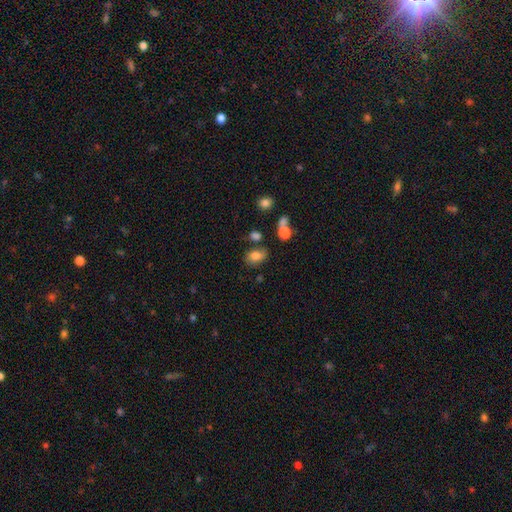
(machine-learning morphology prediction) Smooth or featured?
  - smooth: 79% *
  - star or artifact: 11%
  - featured or disk: 10%
How rounded?
  - in between: 78% *
  - round: 20%
  - cigar-shaped: 2%
Merging?
  - none: 65% *
  - minor disturbance: 19%
  - merger: 10%
  - major disturbance: 6%